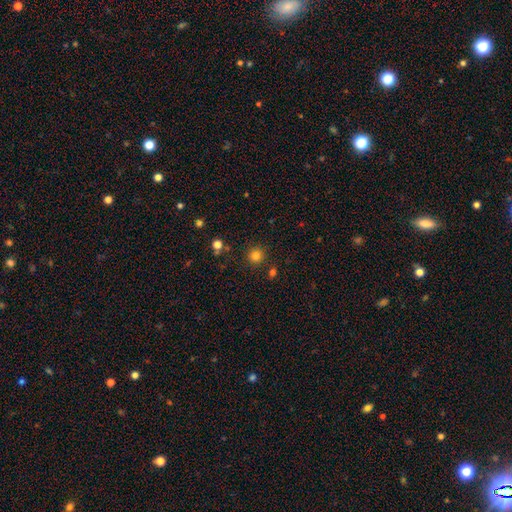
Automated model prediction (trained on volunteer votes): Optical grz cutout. It shows a smooth galaxy with no disk features (81%) that is round (95%). Merging: none (89%).